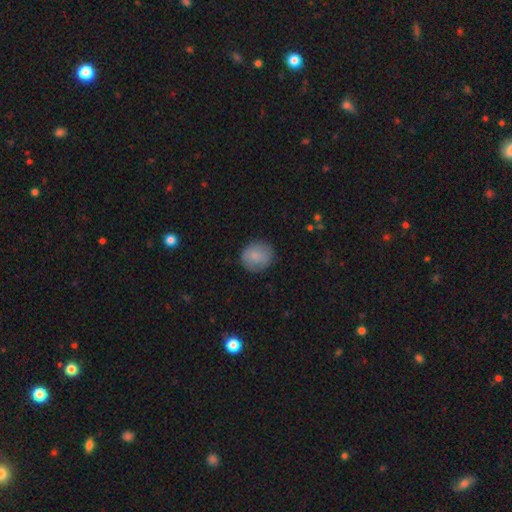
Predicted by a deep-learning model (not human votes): Q: Smooth or featured?
A: smooth (83%); runner-up: featured or disk (9%)
Q: How rounded?
A: round (82%); runner-up: in between (17%)
Q: Merging?
A: none (80%); runner-up: minor disturbance (15%)